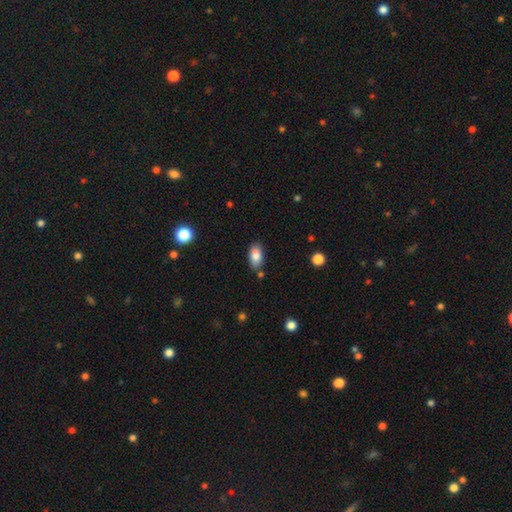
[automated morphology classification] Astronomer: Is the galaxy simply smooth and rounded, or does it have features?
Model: smooth — 84%.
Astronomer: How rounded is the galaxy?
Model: in between — 92%.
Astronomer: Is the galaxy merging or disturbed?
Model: none — 79%.